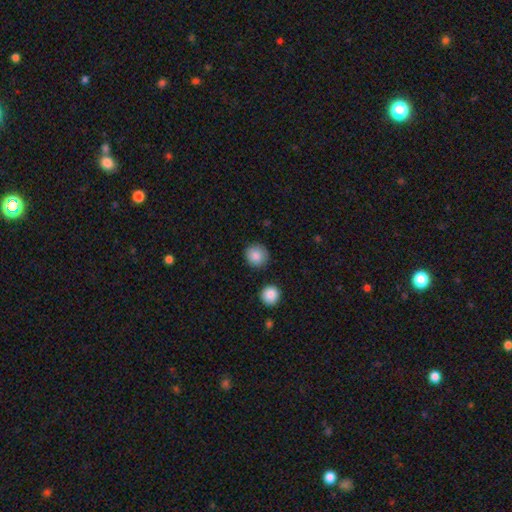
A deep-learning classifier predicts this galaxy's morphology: Smooth or featured: smooth — 87% (star or artifact — 8%)
How rounded: round — 90% (in between — 9%)
Merging: none — 85% (minor disturbance — 9%)